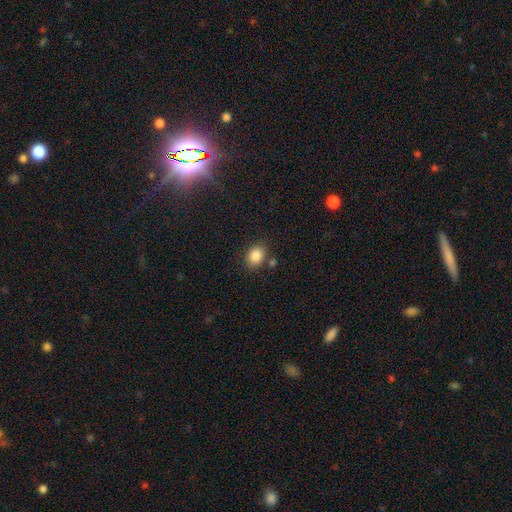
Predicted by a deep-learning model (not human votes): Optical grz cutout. It shows a smooth galaxy with no disk features (86%) that is in between round and cigar-shaped (58%). Merging: none (77%).